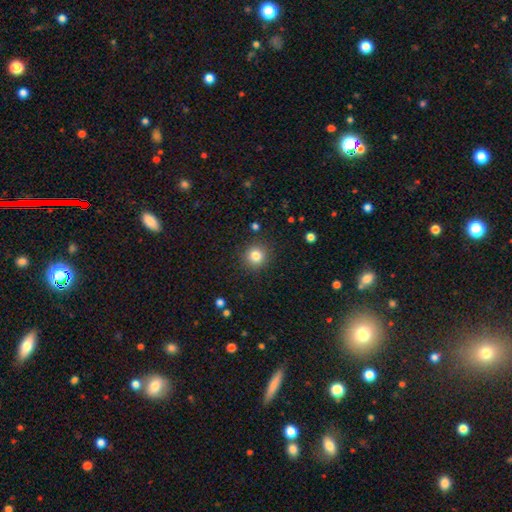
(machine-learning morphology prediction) smooth_or_featured: smooth (p=0.82) [alt: star or artifact p=0.12]
how_rounded: round (p=0.92) [alt: in between p=0.07]
merging: none (p=0.89) [alt: minor disturbance p=0.07]